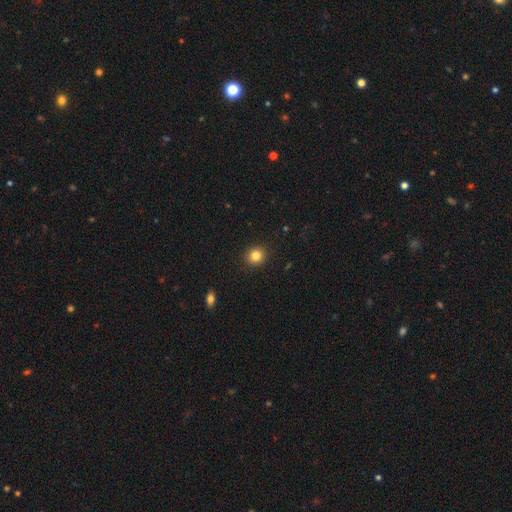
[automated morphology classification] smooth 83%, star or artifact 11%, featured or disk 6%. Down the decision tree: how rounded — round (88%); merging — none (92%).